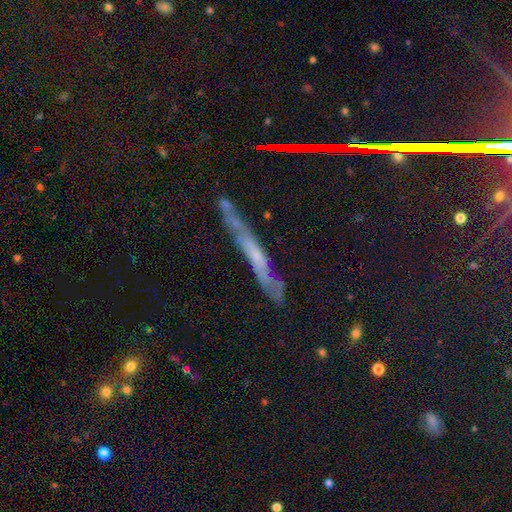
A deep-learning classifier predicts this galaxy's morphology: Q: Smooth or featured?
A: featured or disk (56%); runner-up: smooth (26%)
Q: Edge-on disk?
A: yes (80%); runner-up: no (20%)
Q: Merging?
A: none (72%); runner-up: minor disturbance (20%)